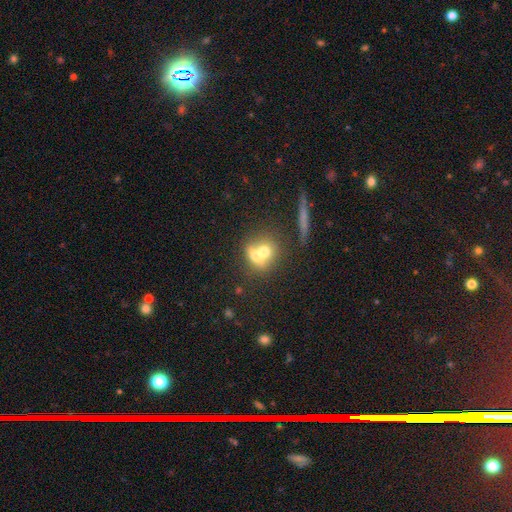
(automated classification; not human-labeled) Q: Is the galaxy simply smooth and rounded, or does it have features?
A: smooth — 64%.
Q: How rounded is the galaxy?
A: round — 65%.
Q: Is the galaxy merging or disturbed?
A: merger — 67%.